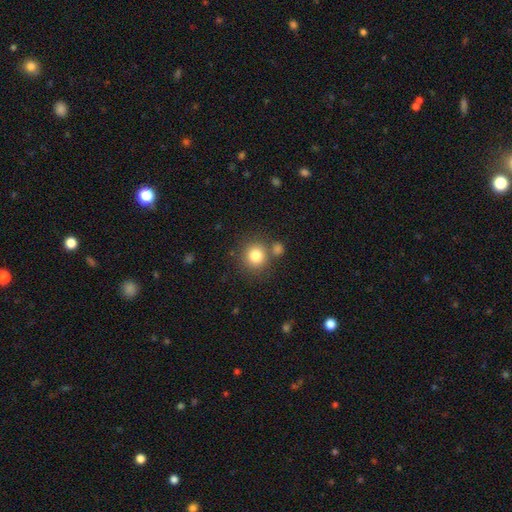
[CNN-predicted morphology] smooth-or-featured: smooth: 81% | star or artifact: 11% | featured or disk: 8%
  how-rounded: round: 89% | in between: 10% | cigar-shaped: 1%
  merging: none: 74% | merger: 14% | minor disturbance: 9% | major disturbance: 3%